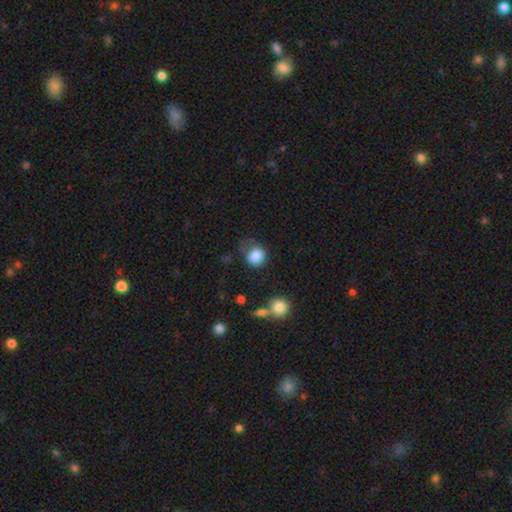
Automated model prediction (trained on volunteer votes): smooth_or_featured: smooth (p=0.85) [alt: star or artifact p=0.09]
how_rounded: round (p=0.80) [alt: in between p=0.19]
merging: none (p=0.58) [alt: minor disturbance p=0.26]